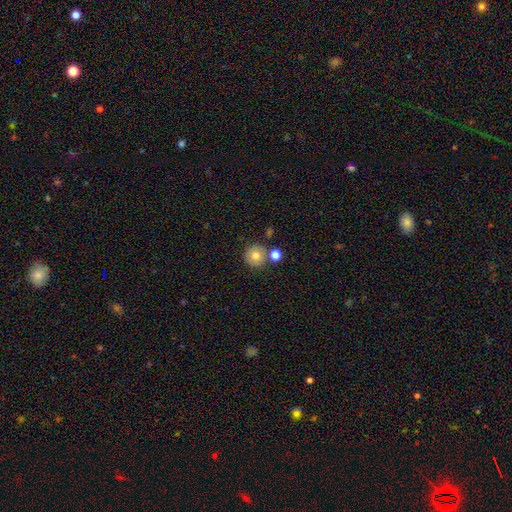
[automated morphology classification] This is likely a smooth galaxy (76%). How rounded: clearly round (94%). Merging: likely none (73%).